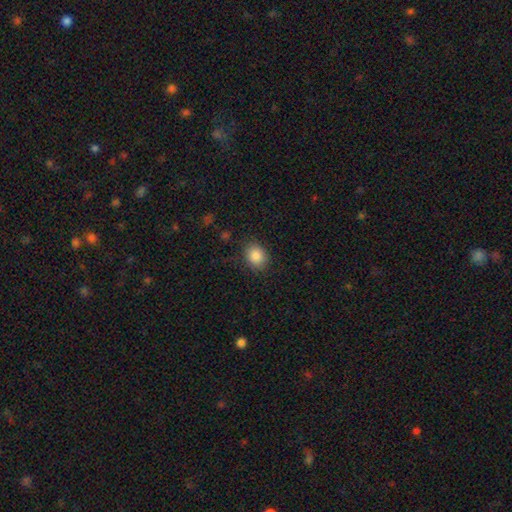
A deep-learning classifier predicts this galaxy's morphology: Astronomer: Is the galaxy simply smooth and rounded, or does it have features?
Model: smooth — 86%.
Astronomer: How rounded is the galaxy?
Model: round — 53% (runner-up: in between, 46%).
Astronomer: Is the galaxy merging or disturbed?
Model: none — 82%.